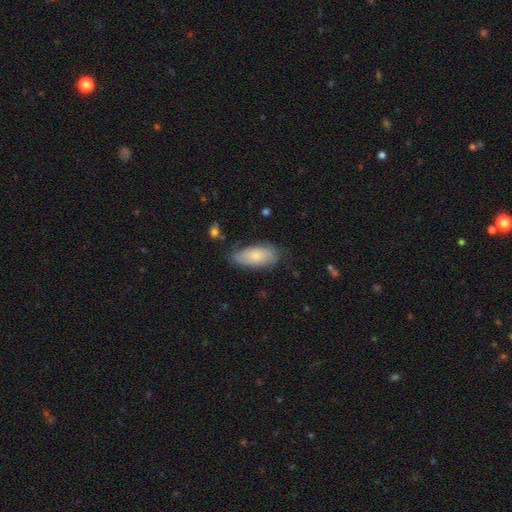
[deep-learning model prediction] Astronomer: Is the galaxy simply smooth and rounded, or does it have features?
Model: smooth — 69%.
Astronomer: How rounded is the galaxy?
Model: in between — 89%.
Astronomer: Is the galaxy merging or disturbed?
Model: none — 67%.